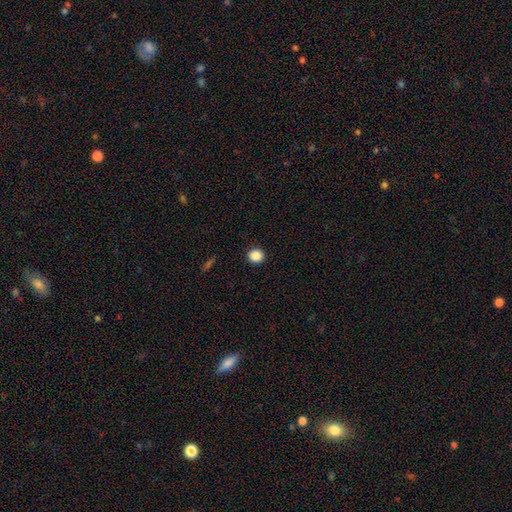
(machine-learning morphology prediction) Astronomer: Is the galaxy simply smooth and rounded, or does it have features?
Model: smooth — 87%.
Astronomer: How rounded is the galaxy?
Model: round — 90%.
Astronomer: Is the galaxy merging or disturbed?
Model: none — 92%.